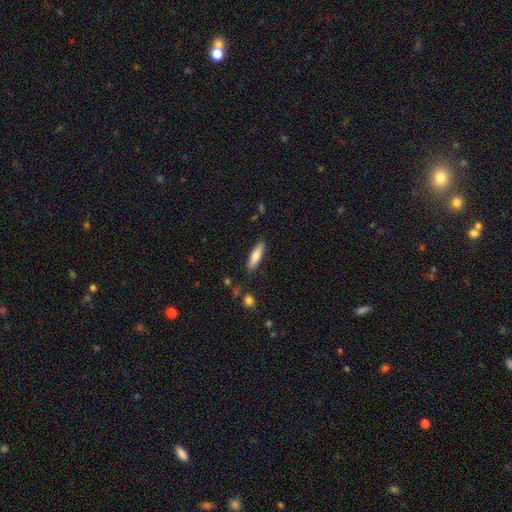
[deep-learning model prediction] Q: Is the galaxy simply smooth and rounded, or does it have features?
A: smooth — 77%.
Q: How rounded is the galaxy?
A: cigar-shaped — 65%.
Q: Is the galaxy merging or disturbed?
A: none — 86%.